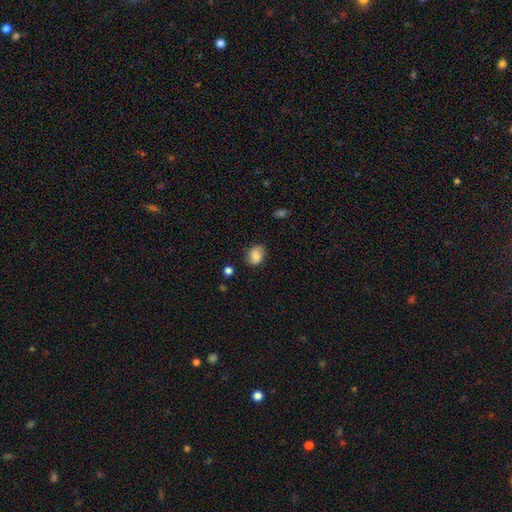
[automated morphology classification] This is likely a smooth galaxy (73%). How rounded: possibly round (51%). Merging: likely none (78%).